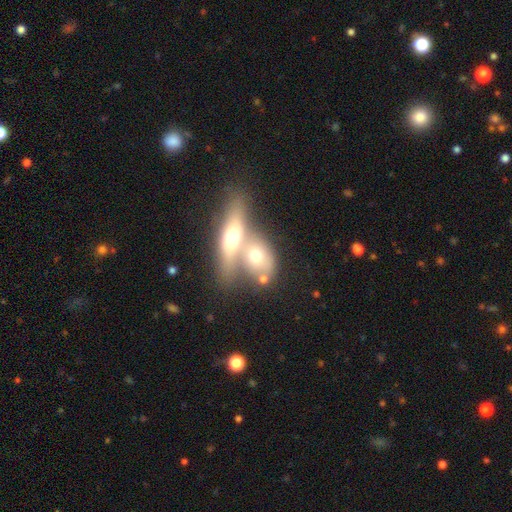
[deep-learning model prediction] Smooth or featured? smooth (57%)
How rounded? in between (64%)
Merging? merger (68%)